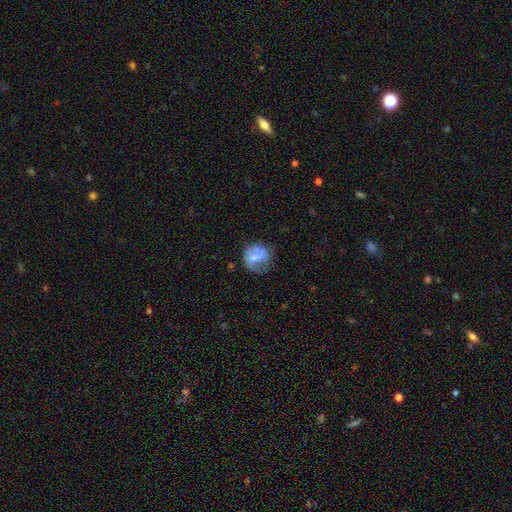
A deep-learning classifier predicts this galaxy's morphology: smooth-or-featured: smooth: 46% (tied) | featured or disk: 46% (tied) | star or artifact: 8%
  merging: none: 42% | minor disturbance: 28% | major disturbance: 26% | merger: 4%